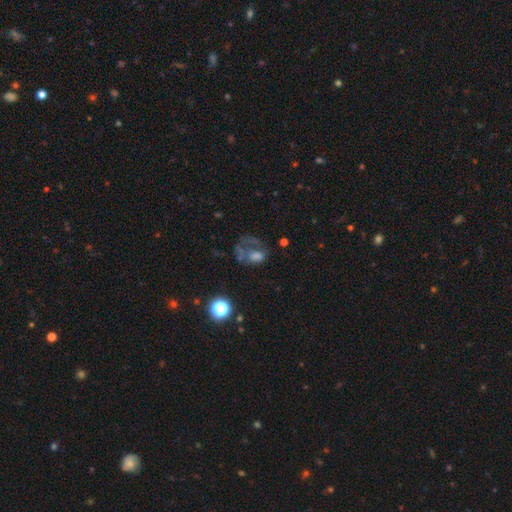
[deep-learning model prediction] Q: Smooth or featured?
A: featured or disk (41%); runner-up: smooth (37%)
Q: Merging?
A: major disturbance (47%); runner-up: none (28%)